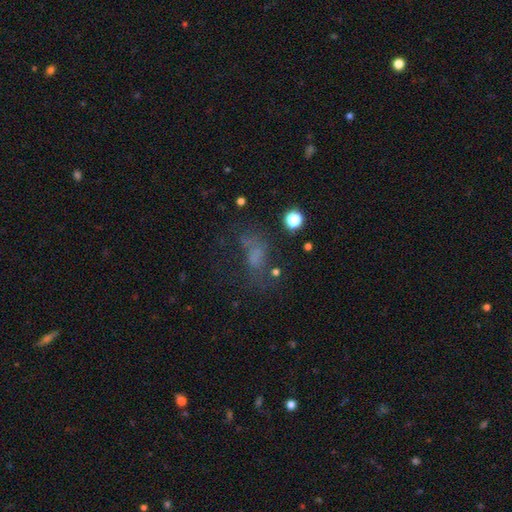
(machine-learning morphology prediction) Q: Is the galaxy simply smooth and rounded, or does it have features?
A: smooth — 44%.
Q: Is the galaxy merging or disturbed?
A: none — 42%.